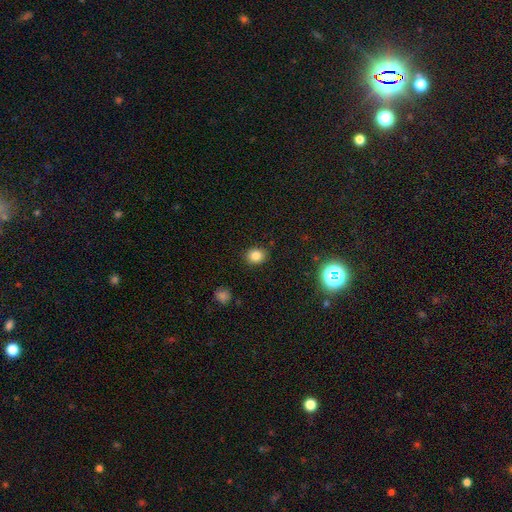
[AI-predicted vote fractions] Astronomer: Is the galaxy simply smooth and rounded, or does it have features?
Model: smooth — 82%.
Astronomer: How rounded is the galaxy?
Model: round — 67%.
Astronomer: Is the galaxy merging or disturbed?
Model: none — 89%.